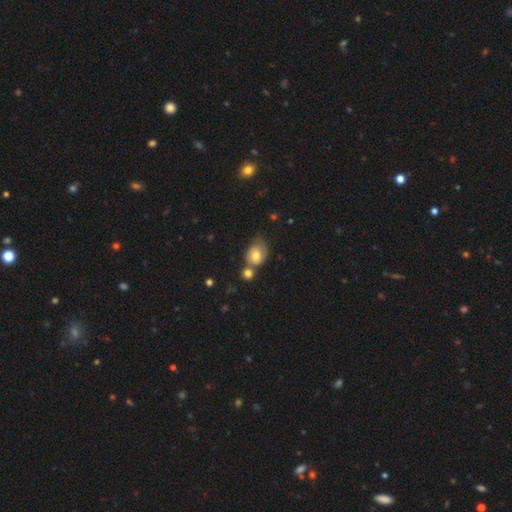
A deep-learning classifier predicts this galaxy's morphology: This is likely a smooth galaxy (64%). How rounded: possibly in between (52%). Merging: marginally none (37%).